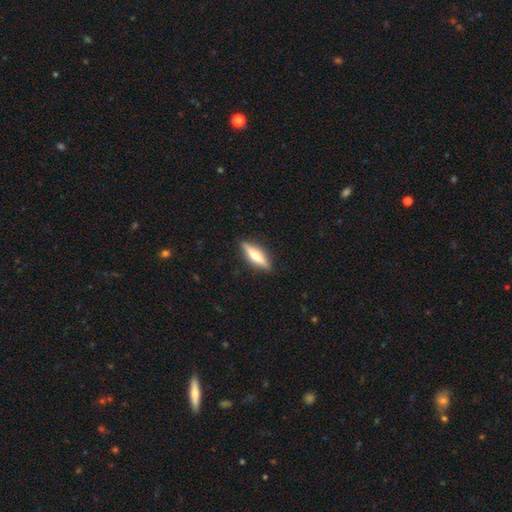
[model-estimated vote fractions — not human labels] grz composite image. It shows a smooth galaxy with no disk features (48%). Merging: none (89%).